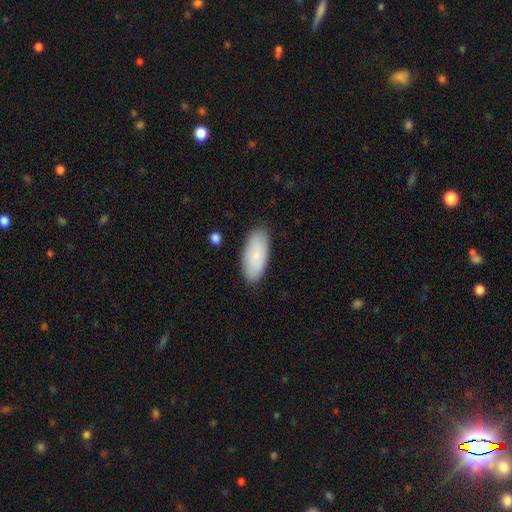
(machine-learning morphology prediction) Smooth or featured: smooth — 79% (featured or disk — 15%)
How rounded: in between — 85% (cigar-shaped — 13%)
Merging: none — 87% (minor disturbance — 10%)